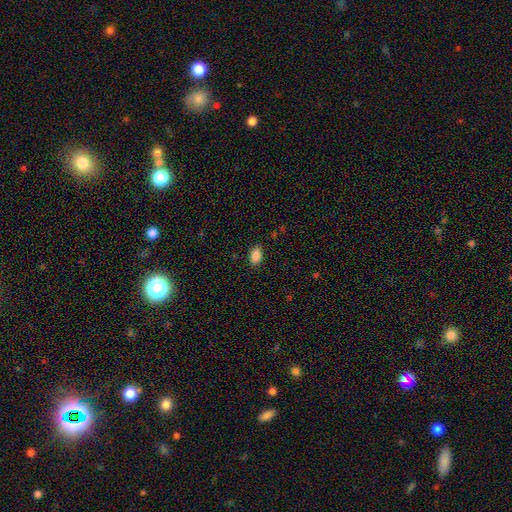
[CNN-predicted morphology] Overall: smooth (88%). How rounded: in between (90%). Merging: none (86%).